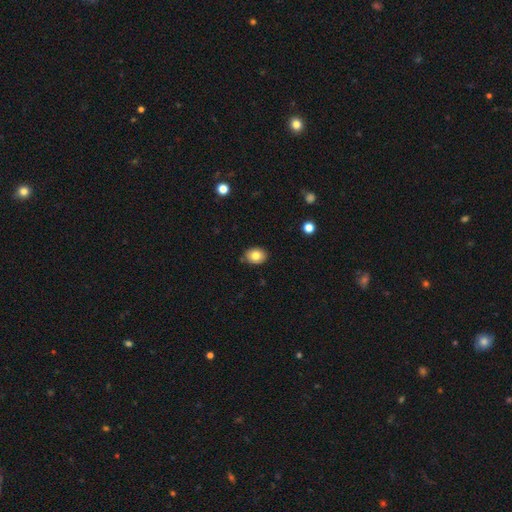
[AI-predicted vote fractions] Q: Smooth or featured?
A: smooth (80%); runner-up: featured or disk (11%)
Q: How rounded?
A: in between (60%); runner-up: round (39%)
Q: Merging?
A: none (85%); runner-up: minor disturbance (12%)